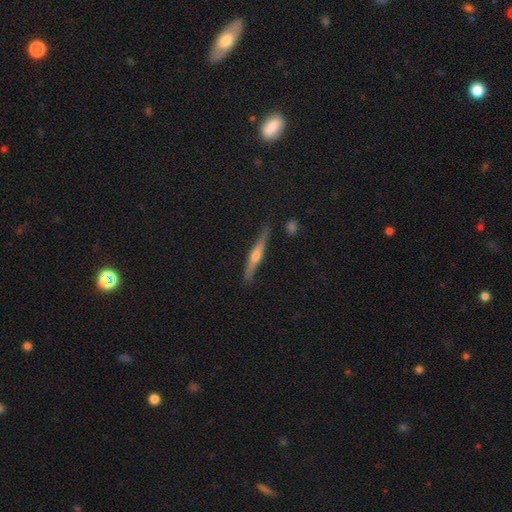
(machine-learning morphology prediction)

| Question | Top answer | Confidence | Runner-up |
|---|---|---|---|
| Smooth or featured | featured or disk | 70% | smooth (23%) |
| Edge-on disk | yes | 97% | no (3%) |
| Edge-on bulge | rounded | 80% | none (11%) |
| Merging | none | 86% | minor disturbance (11%) |